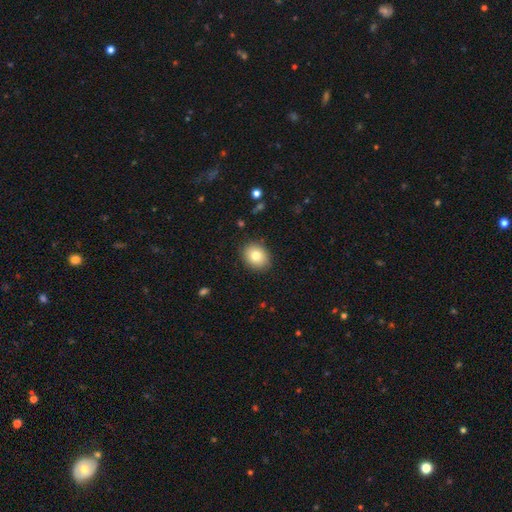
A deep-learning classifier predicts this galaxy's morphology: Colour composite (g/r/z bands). It shows a smooth galaxy with no disk features (79%) that is round (54%). Merging: none (87%).